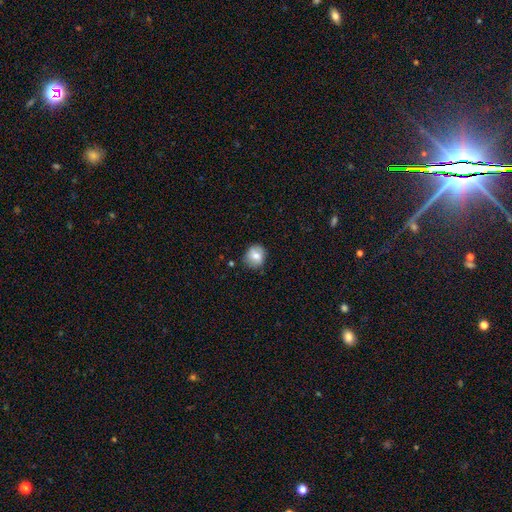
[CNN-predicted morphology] smooth 73%, featured or disk 18%, star or artifact 9%. Down the decision tree: how rounded — round (75%); merging — none (75%).